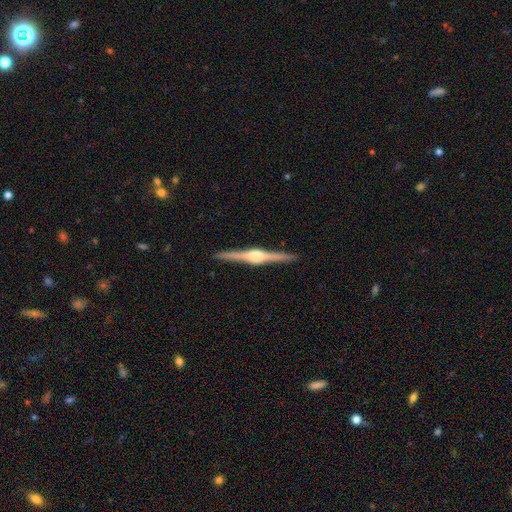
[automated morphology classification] This appears to be a featured or disk galaxy (87%) viewed edge-on (99%) with a rounded central bulge (87%). Merging: none (92%).